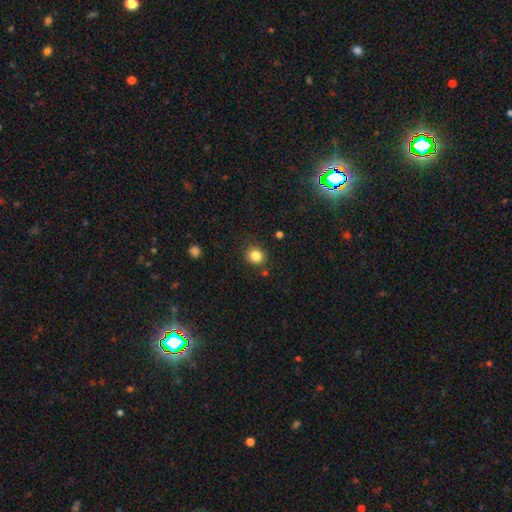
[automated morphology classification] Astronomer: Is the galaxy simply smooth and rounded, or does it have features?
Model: smooth — 84%.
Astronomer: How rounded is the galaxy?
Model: round — 80%.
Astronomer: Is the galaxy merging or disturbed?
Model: none — 85%.